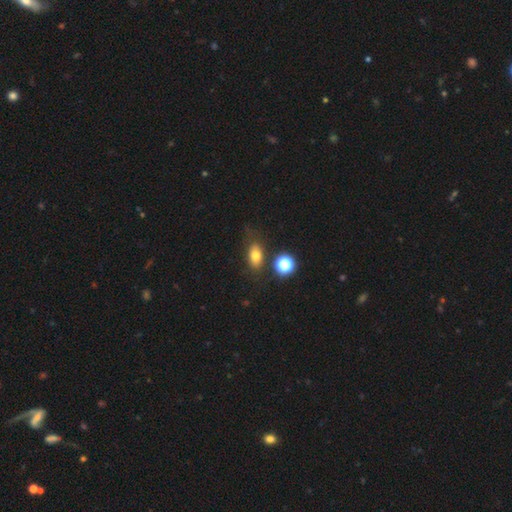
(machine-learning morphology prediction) Smooth or featured: smooth — 74% (featured or disk — 13%)
How rounded: in between — 78% (round — 18%)
Merging: none — 75% (minor disturbance — 14%)